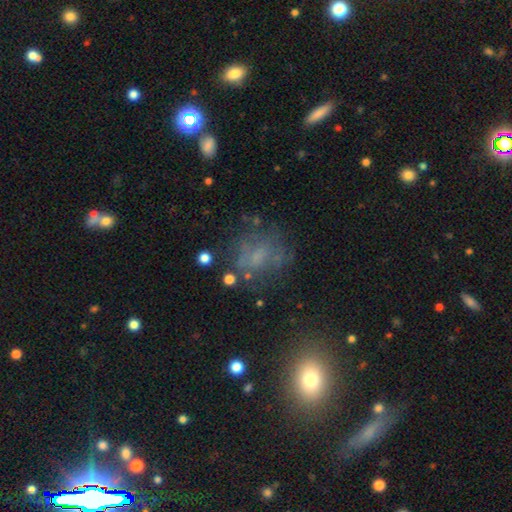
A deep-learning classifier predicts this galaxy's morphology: The model was most divided on "smooth or featured": smooth: 41%, featured or disk: 36%, star or artifact: 23%. More confident: merging — none (55%).